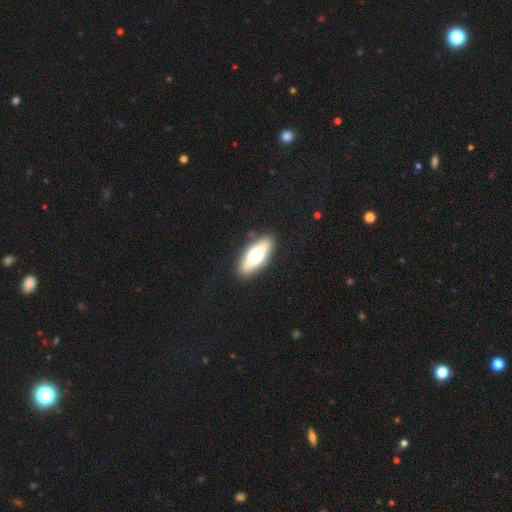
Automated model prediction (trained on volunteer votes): This appears to be a smooth galaxy with no disk features (57%) that is in between round and cigar-shaped (69%). Merging: none (88%).